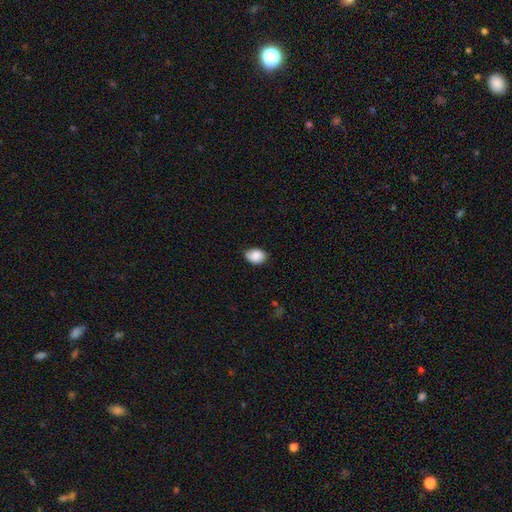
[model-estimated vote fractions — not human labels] Overall: smooth (86%). How rounded: in between (77%). Merging: none (69%).